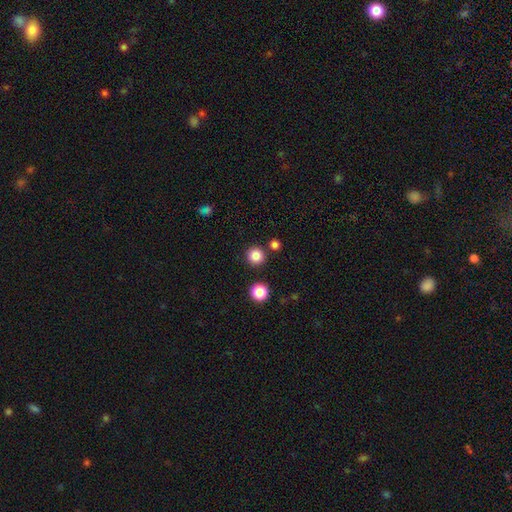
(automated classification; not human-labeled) This appears to be a smooth galaxy with no disk features (85%) that is round (95%). Merging: none (88%).